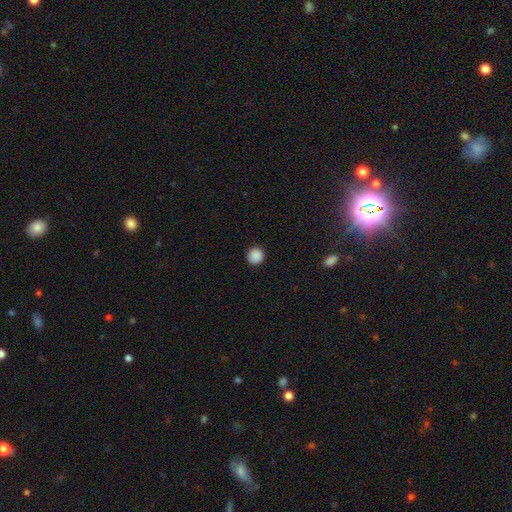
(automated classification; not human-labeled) Overall: smooth (89%). How rounded: round (95%). Merging: none (93%).